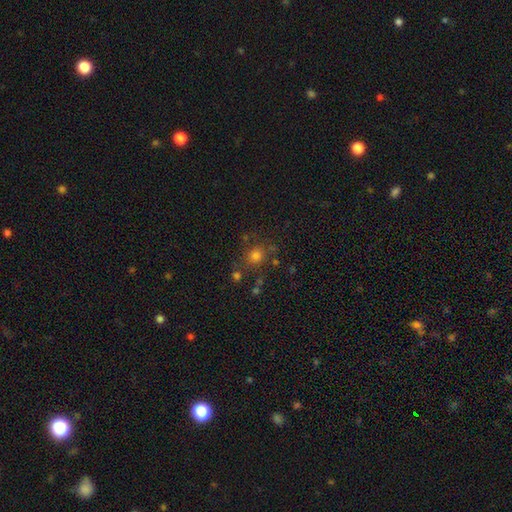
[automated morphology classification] smooth 72%, star or artifact 20%, featured or disk 8%. Down the decision tree: how rounded — round (82%); merging — none (74%).